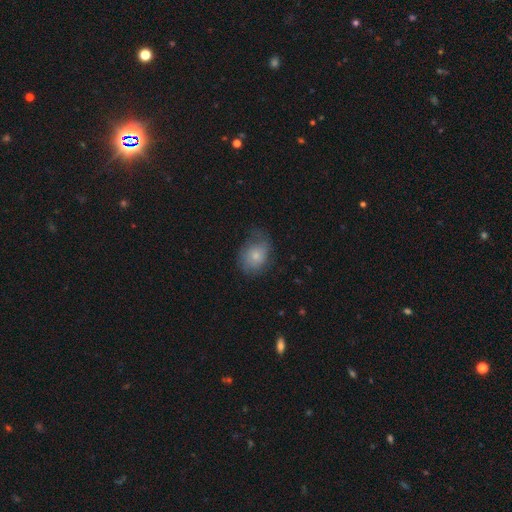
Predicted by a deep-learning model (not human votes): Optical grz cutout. It shows a smooth galaxy with no disk features (70%) that is in between round and cigar-shaped (55%). Merging: none (50%).